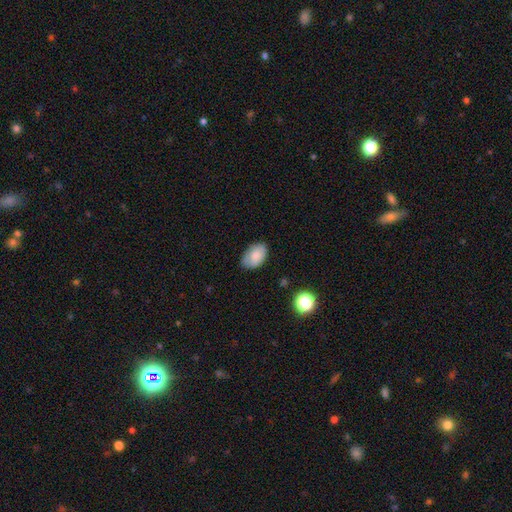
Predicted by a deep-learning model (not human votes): A smooth galaxy with no disk features (77%) that is in between round and cigar-shaped (90%). Merging: none (75%).